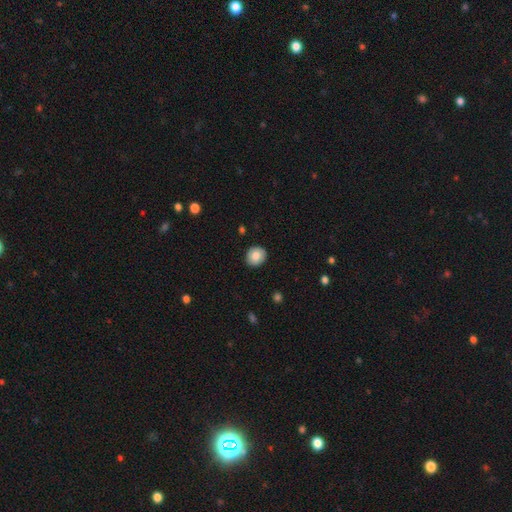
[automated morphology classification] Overall: smooth (81%). How rounded: round (83%). Merging: none (90%).